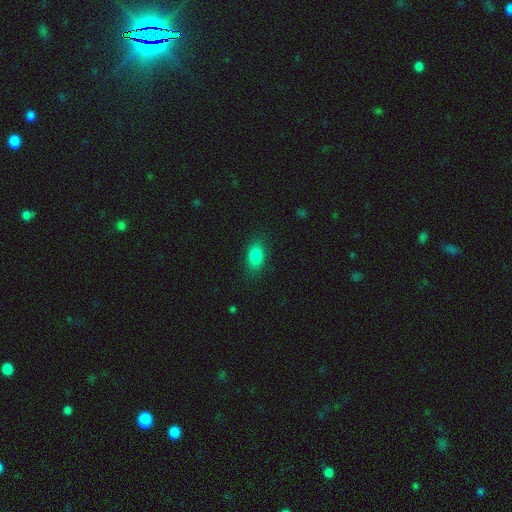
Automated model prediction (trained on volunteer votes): Q: Smooth or featured?
A: smooth (85%); runner-up: star or artifact (9%)
Q: How rounded?
A: in between (86%); runner-up: round (10%)
Q: Merging?
A: none (83%); runner-up: minor disturbance (12%)